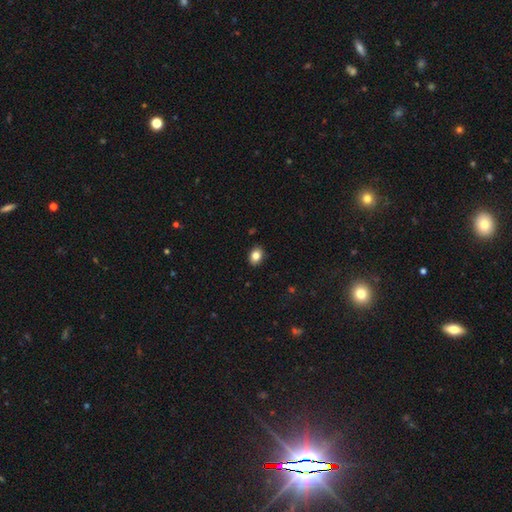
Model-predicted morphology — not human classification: Smooth or featured: smooth — 83% (star or artifact — 9%)
How rounded: in between — 65% (round — 34%)
Merging: none — 89% (minor disturbance — 8%)